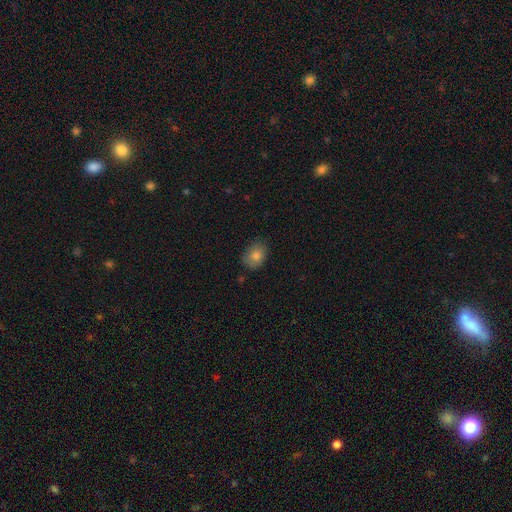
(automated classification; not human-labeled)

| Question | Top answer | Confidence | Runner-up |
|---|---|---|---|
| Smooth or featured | smooth | 81% | featured or disk (10%) |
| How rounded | in between | 67% | round (32%) |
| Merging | none | 73% | minor disturbance (21%) |